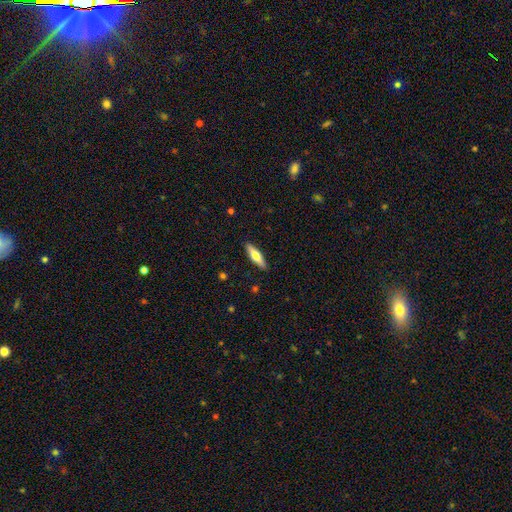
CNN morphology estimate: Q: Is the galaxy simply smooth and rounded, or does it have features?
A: smooth — 55%.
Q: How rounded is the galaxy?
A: cigar-shaped — 64%.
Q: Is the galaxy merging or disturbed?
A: none — 90%.